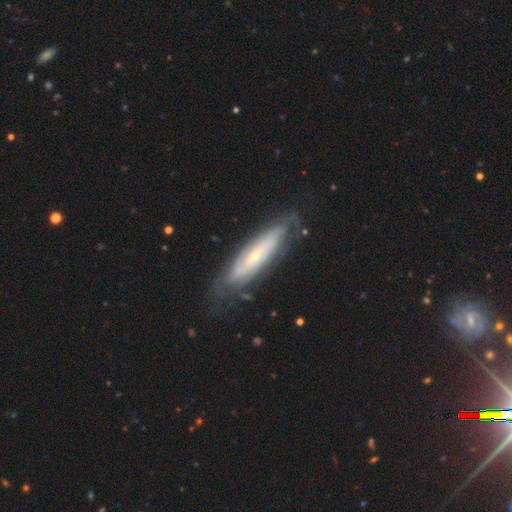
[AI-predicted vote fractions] Smooth or featured: featured or disk — 70% (smooth — 24%)
Edge-on disk: no — 69% (yes — 31%)
Merging: none — 74% (minor disturbance — 19%)